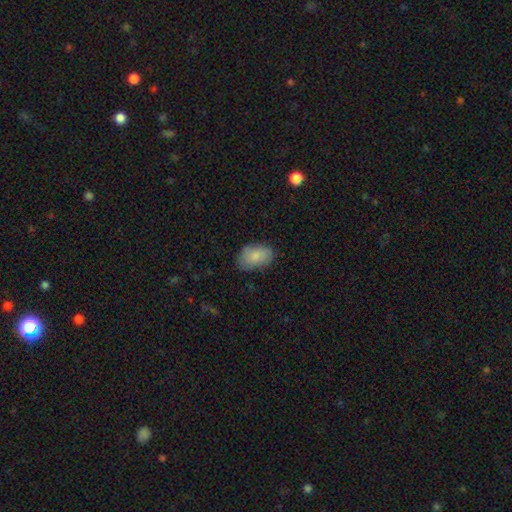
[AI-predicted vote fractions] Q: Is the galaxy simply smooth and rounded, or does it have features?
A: smooth — 84%.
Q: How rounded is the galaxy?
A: in between — 89%.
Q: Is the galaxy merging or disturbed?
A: none — 75%.